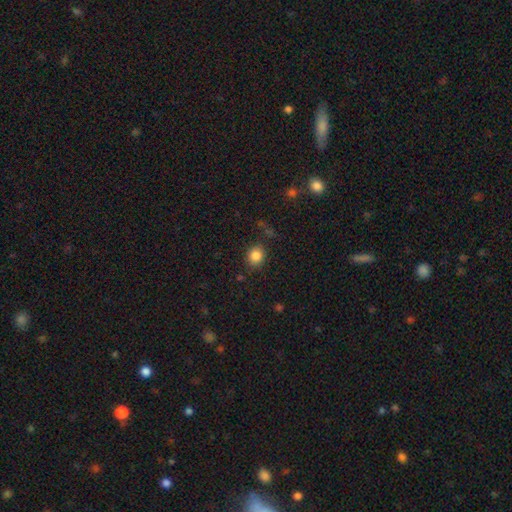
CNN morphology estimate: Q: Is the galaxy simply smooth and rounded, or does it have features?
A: smooth — 85%.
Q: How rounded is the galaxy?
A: round — 76%.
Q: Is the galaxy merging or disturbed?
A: none — 84%.